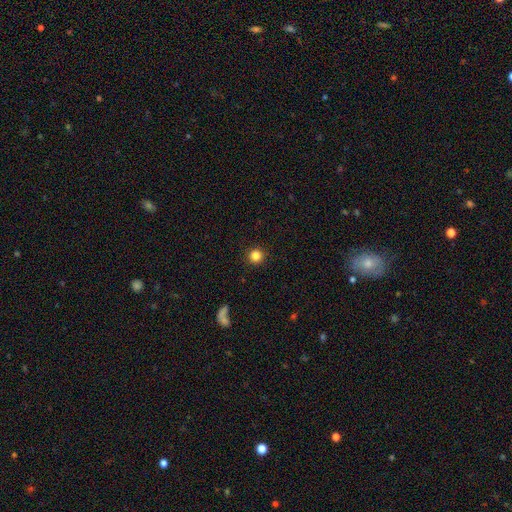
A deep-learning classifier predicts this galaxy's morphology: The model was most divided on "smooth or featured": smooth: 84%, star or artifact: 12%, featured or disk: 5%. More confident: how rounded — round (95%); merging — none (92%).